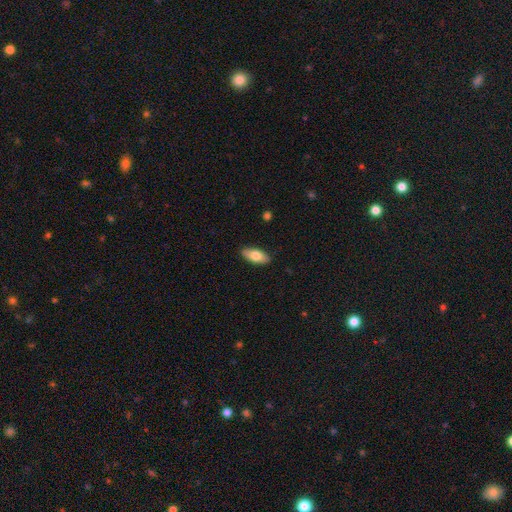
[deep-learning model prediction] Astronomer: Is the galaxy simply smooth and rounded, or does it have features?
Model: smooth — 77%.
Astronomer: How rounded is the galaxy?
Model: in between — 87%.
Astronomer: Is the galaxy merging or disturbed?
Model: none — 88%.